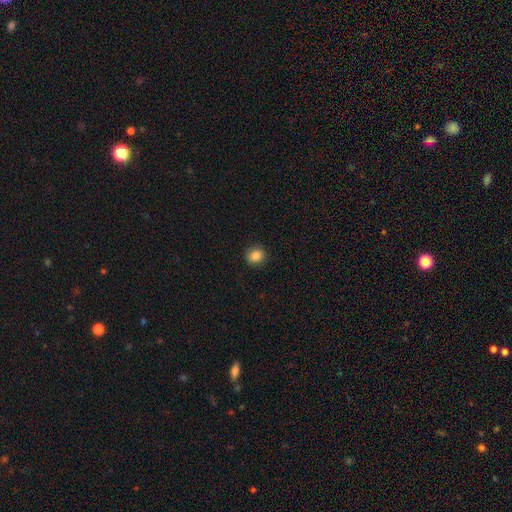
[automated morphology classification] A smooth galaxy with no disk features (86%) that is round (75%). Merging: none (90%).